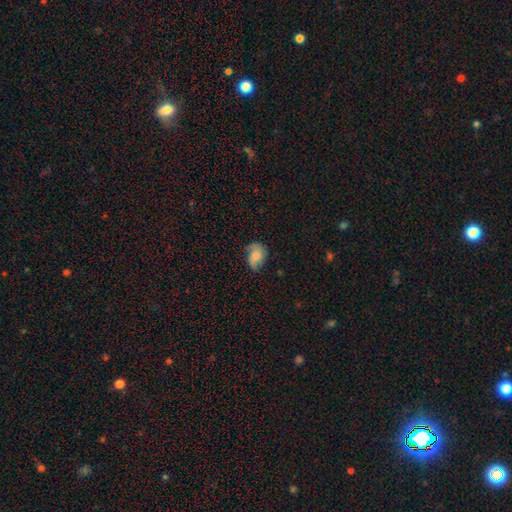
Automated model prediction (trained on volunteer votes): A smooth galaxy with no disk features (53%) that is in between round and cigar-shaped (77%). Merging: none (53%).